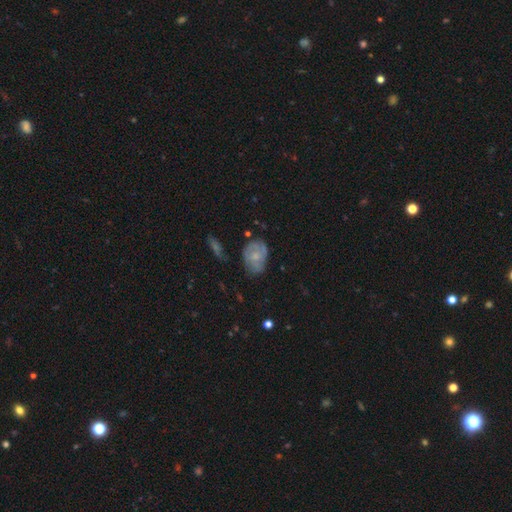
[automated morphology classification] Q: Smooth or featured?
A: smooth (48%); runner-up: featured or disk (44%)
Q: Merging?
A: none (58%); runner-up: minor disturbance (29%)